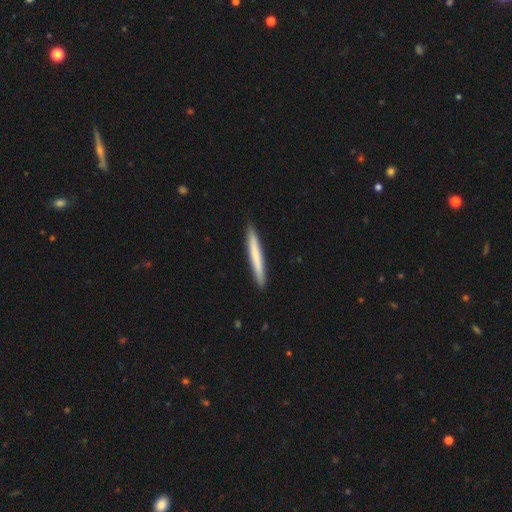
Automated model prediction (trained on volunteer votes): A smooth galaxy with no disk features (65%) that is cigar-shaped (97%).

Vote fractions:
- Smooth or featured? smooth: 65% / featured or disk: 30% / star or artifact: 5%
- How rounded? cigar-shaped: 97% / in between: 2% / round: 1%
- Merging? none: 92% / minor disturbance: 6% / major disturbance: 1% / merger: 1%